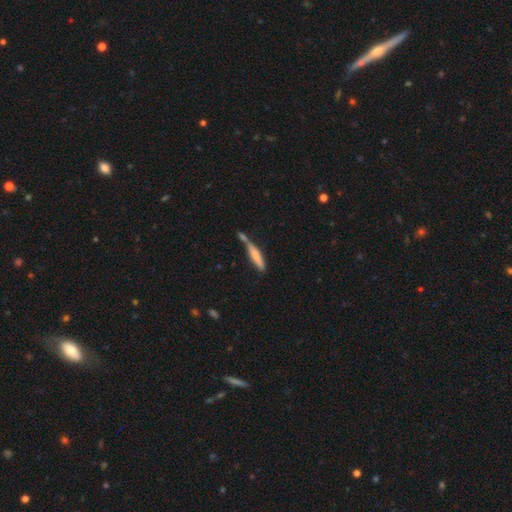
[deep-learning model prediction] The model was most divided on "merging": none: 44%, merger: 35%, minor disturbance: 15%, major disturbance: 6%. More confident: how rounded — cigar-shaped (87%); smooth or featured — smooth (67%).